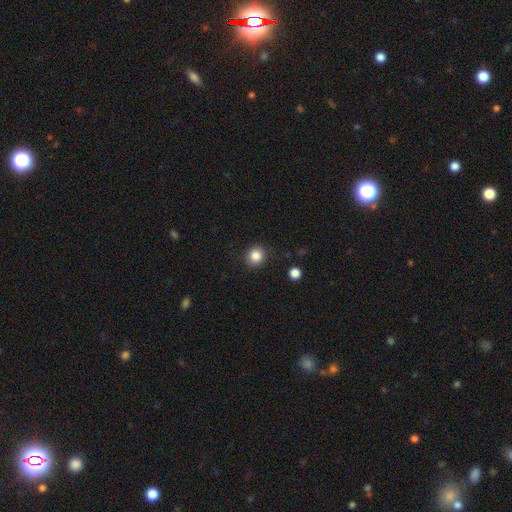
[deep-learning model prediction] smooth 85%, star or artifact 10%, featured or disk 5%. Down the decision tree: how rounded — round (86%); merging — none (89%).